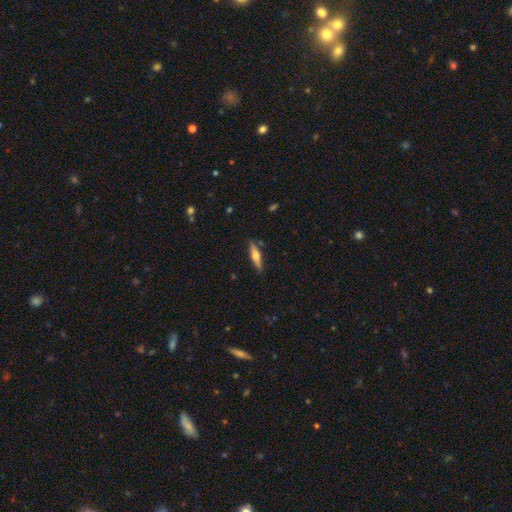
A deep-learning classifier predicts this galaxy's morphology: Smooth or featured: featured or disk — 54% (smooth — 40%)
Edge-on disk: yes — 94% (no — 6%)
Edge-on bulge: rounded — 93% (boxy — 4%)
Merging: none — 87% (minor disturbance — 9%)